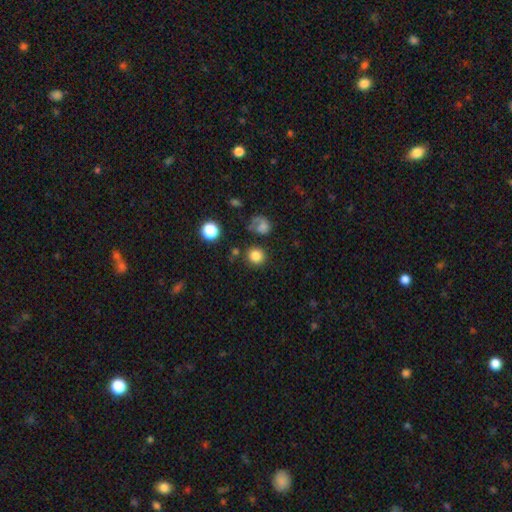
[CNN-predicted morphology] A smooth galaxy with no disk features (82%) that is round (90%). Merging: none (81%).